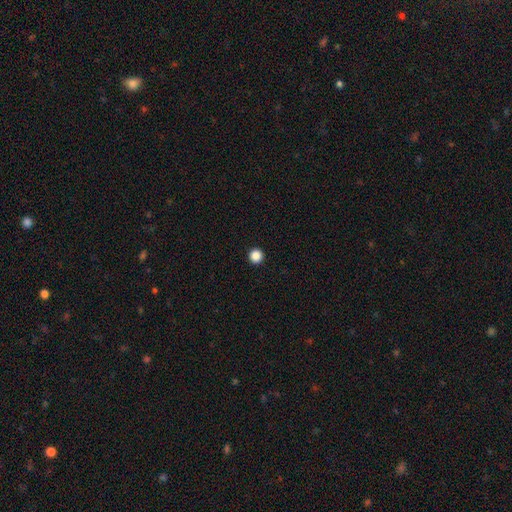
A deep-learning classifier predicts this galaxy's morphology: Smooth or featured?
  - smooth: 87% *
  - star or artifact: 10%
  - featured or disk: 2%
How rounded?
  - round: 97% *
  - in between: 2%
  - cigar-shaped: 1%
Merging?
  - none: 95% *
  - minor disturbance: 3%
  - major disturbance: 1%
  - merger: 1%